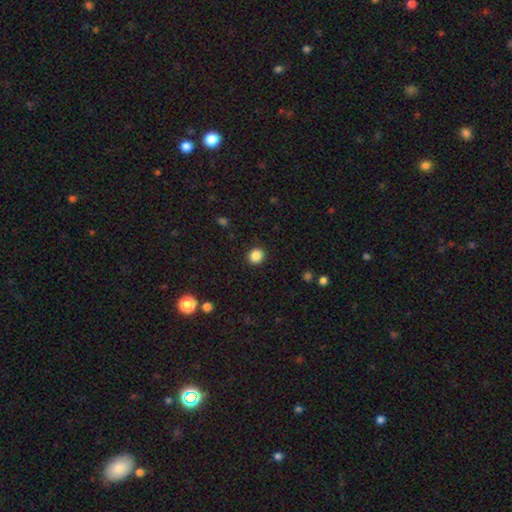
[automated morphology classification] smooth 86%, star or artifact 10%, featured or disk 3%. Down the decision tree: how rounded — round (84%); merging — none (91%).